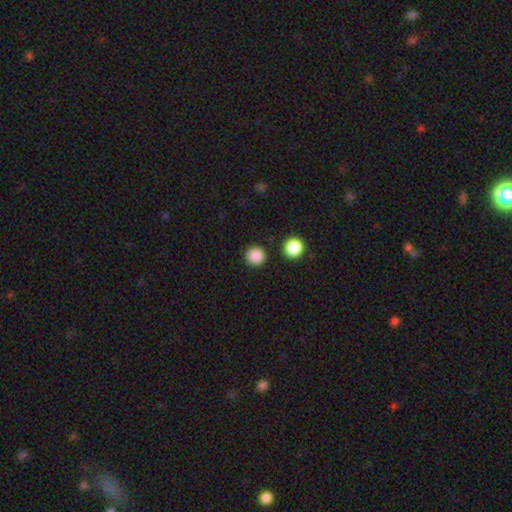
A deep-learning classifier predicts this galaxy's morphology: Smooth or featured? smooth (87%)
How rounded? round (95%)
Merging? none (90%)